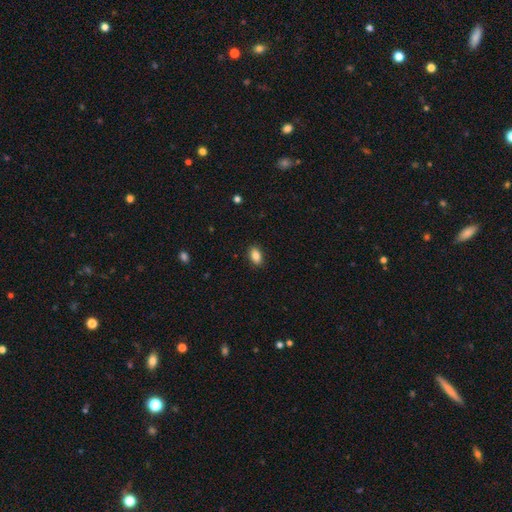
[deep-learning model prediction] A smooth galaxy with no disk features (86%) that is in between round and cigar-shaped (90%). Merging: none (88%).